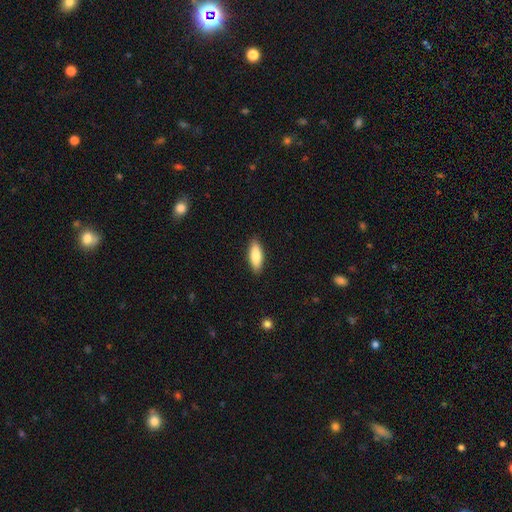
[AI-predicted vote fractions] This is clearly a smooth galaxy (81%). How rounded: likely in between (63%). Merging: clearly none (89%).